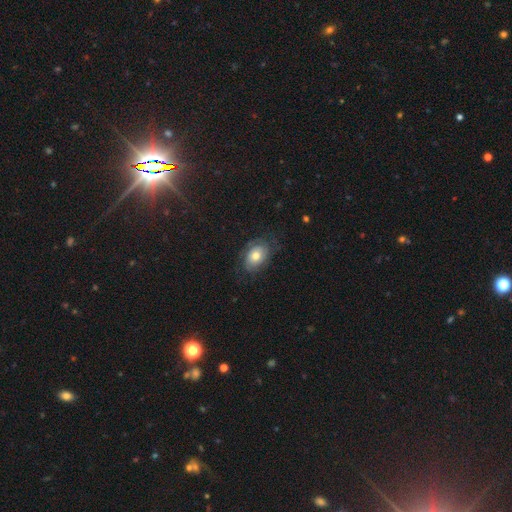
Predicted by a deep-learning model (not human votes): Smooth or featured?
  - smooth: 56% *
  - featured or disk: 36%
  - star or artifact: 9%
How rounded?
  - in between: 80% *
  - round: 19%
  - cigar-shaped: 1%
Merging?
  - none: 68% *
  - minor disturbance: 20%
  - major disturbance: 11%
  - merger: 1%